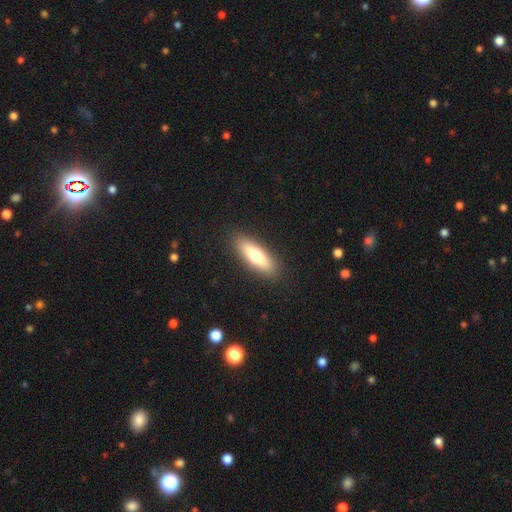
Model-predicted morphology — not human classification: smooth 70%, featured or disk 23%, star or artifact 6%. Down the decision tree: how rounded — in between (50%); merging — none (89%).